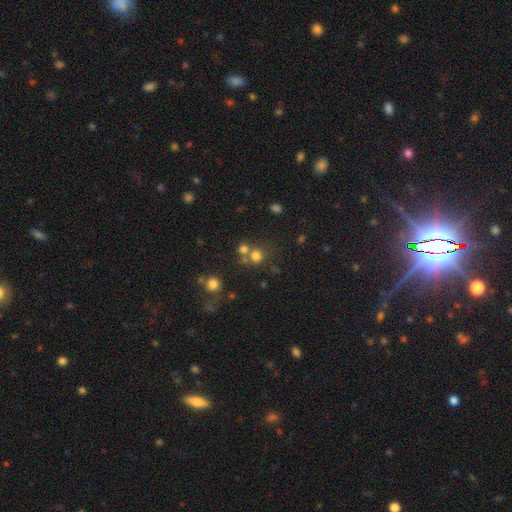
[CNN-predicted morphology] type=smooth (71%); roundness=round (88%); merging=none (57%).